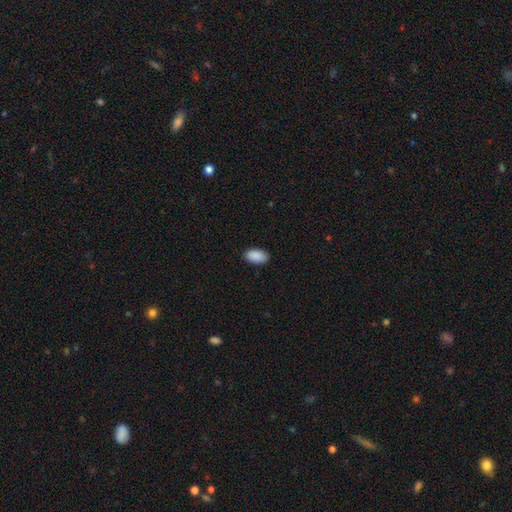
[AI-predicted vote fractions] Smooth or featured?
  - smooth: 91% *
  - star or artifact: 6%
  - featured or disk: 3%
How rounded?
  - in between: 95% *
  - round: 3%
  - cigar-shaped: 2%
Merging?
  - none: 88% *
  - minor disturbance: 9%
  - major disturbance: 2%
  - merger: 1%